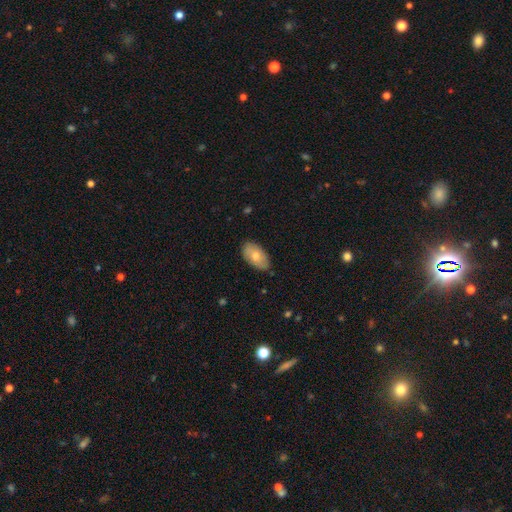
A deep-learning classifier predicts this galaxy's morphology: smooth_or_featured: smooth (p=0.68) [alt: featured or disk p=0.25]
how_rounded: in between (p=0.93) [alt: round p=0.05]
merging: none (p=0.83) [alt: minor disturbance p=0.14]